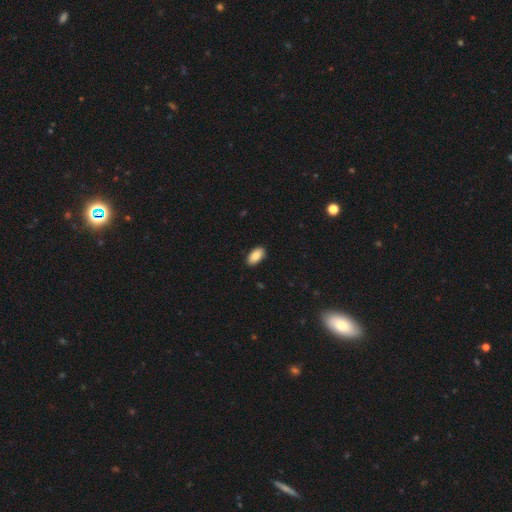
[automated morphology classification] This appears to be a smooth galaxy with no disk features (89%) that is in between round and cigar-shaped (95%). Merging: none (90%).